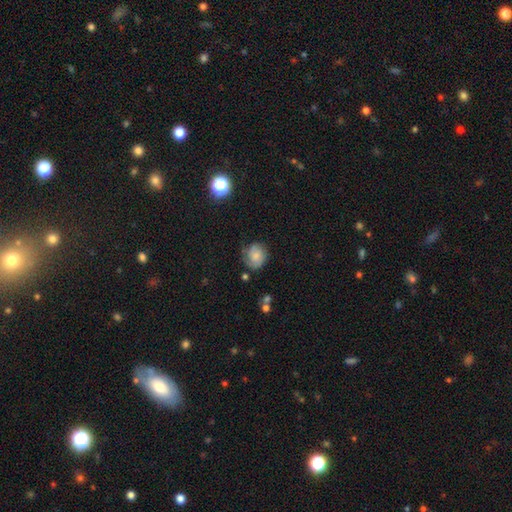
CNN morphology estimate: Overall: smooth (58%; featured or disk 32%). How rounded: round (74%). Merging: none (59%; minor disturbance 27%).